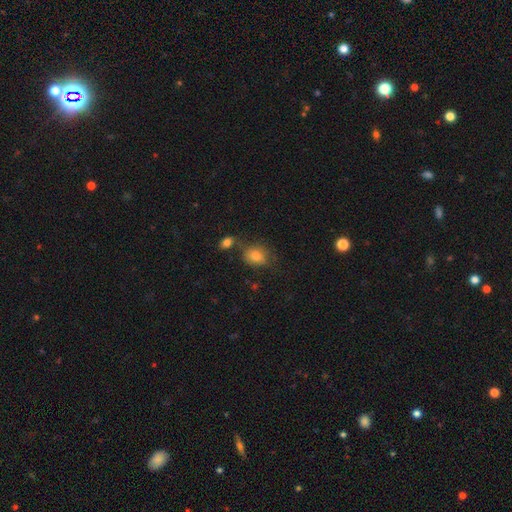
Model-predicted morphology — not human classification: Smooth or featured? smooth (79%)
How rounded? in between (59%)
Merging? none (58%)